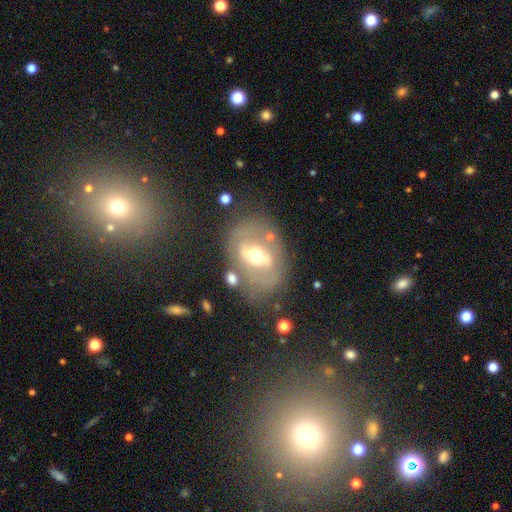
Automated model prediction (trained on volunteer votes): The model was most divided on "bar": strong: 43%, weak: 36%, no: 21%. More confident: edge-on disk — no (91%); bulge size — moderate (70%); smooth or featured — featured or disk (68%); merging — none (65%); spiral arms — no (63%).